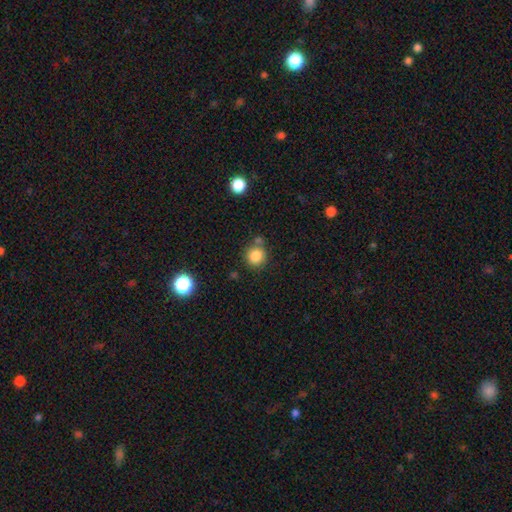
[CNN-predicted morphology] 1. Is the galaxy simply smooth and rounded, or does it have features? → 84% smooth, 11% star or artifact, 5% featured or disk.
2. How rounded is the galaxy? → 91% round, 8% in between, 1% cigar-shaped.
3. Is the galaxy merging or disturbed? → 72% none, 14% merger, 11% minor disturbance, 3% major disturbance.